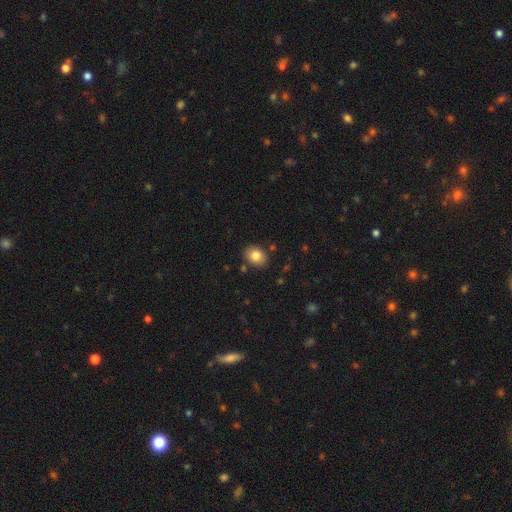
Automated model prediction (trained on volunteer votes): smooth_or_featured: smooth (p=0.83) [alt: star or artifact p=0.09]
how_rounded: in between (p=0.58) [alt: round p=0.42]
merging: none (p=0.85) [alt: minor disturbance p=0.10]